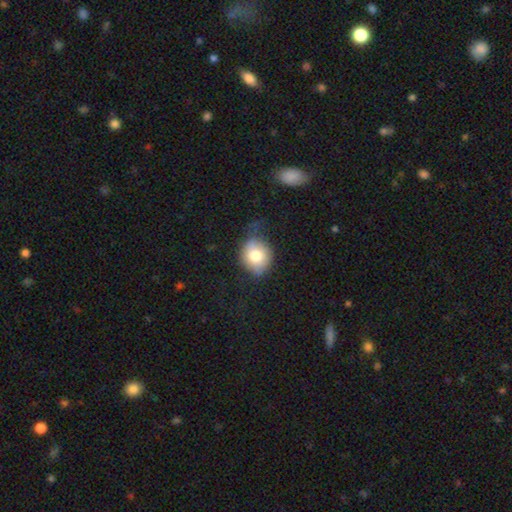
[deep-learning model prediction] smooth_or_featured: smooth (p=0.73) [alt: featured or disk p=0.18]
how_rounded: round (p=0.72) [alt: in between p=0.27]
merging: none (p=0.58) [alt: minor disturbance p=0.29]